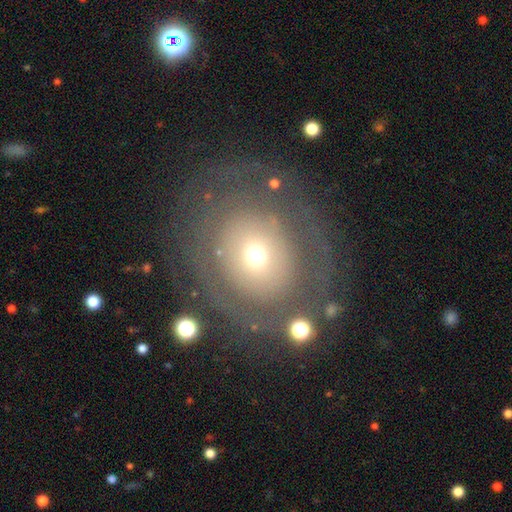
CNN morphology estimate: smooth-or-featured: featured or disk: 51% | smooth: 37% | star or artifact: 11%
  disk-edge-on: no: 95% | yes: 5%
  merging: none: 69% | major disturbance: 15% | minor disturbance: 14% | merger: 2%